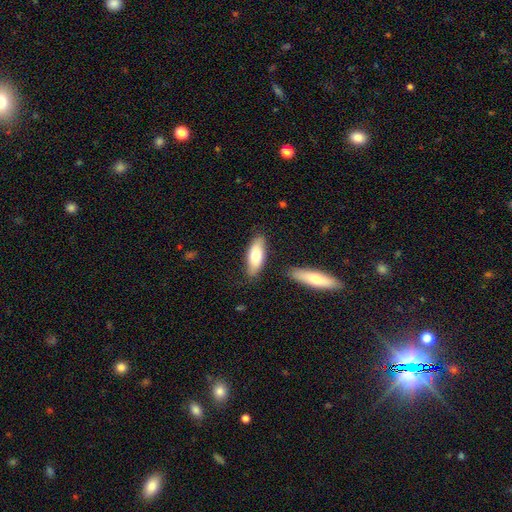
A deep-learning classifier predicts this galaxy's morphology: A smooth galaxy with no disk features (73%) that is in between round and cigar-shaped (71%). Merging: none (78%).